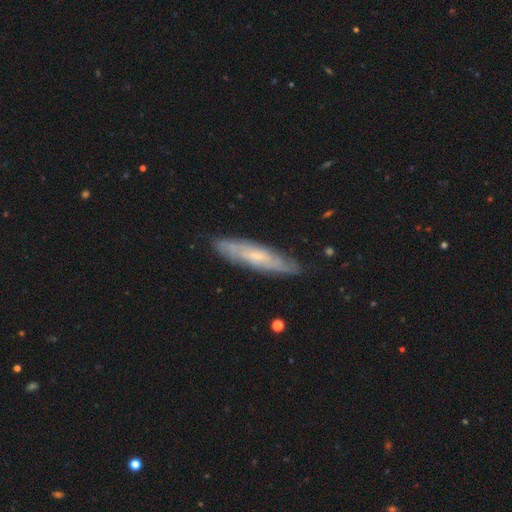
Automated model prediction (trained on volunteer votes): Smooth or featured? Predicted: featured or disk (p=0.64). Edge-on disk? Predicted: no (p=0.54). Merging? Predicted: none (p=0.83).